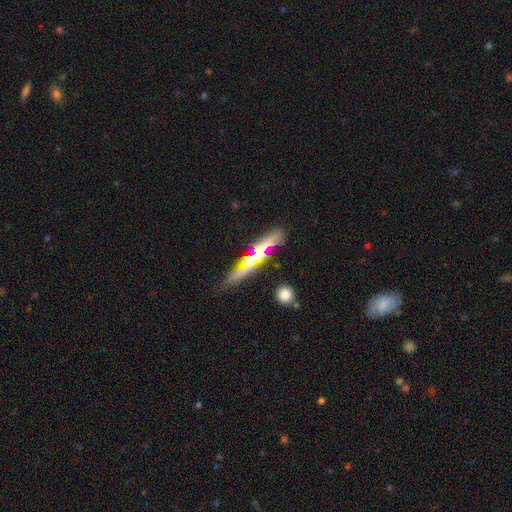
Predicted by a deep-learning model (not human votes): Smooth or featured: featured or disk — 56% (smooth — 34%)
Edge-on disk: yes — 85% (no — 15%)
Merging: none — 78% (minor disturbance — 14%)